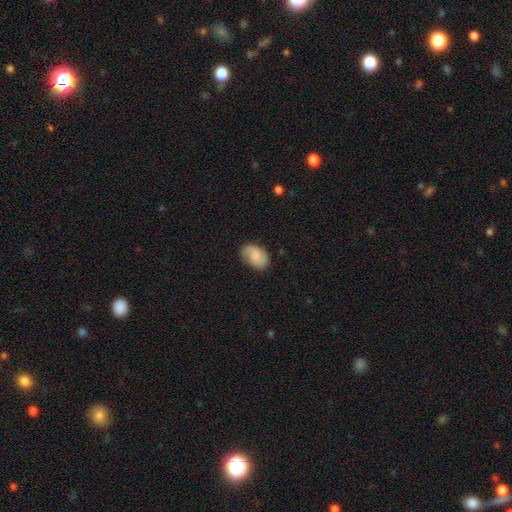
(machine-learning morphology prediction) Smooth or featured: smooth — 59% (featured or disk — 33%)
How rounded: in between — 85% (round — 14%)
Merging: none — 73% (minor disturbance — 20%)